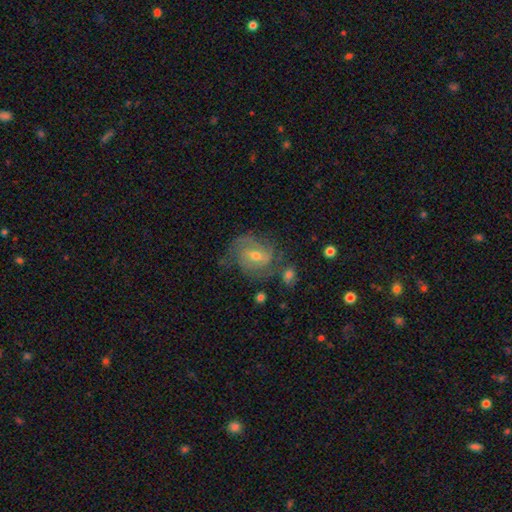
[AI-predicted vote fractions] Smooth or featured? featured or disk (76%)
Edge-on disk? no (97%)
Bar? weak (53%)
Spiral arms? yes (91%)
Spiral winding? tight (44%)
Spiral arm count? 2 (45%)
Bulge size? moderate (53%)
Merging? none (64%)